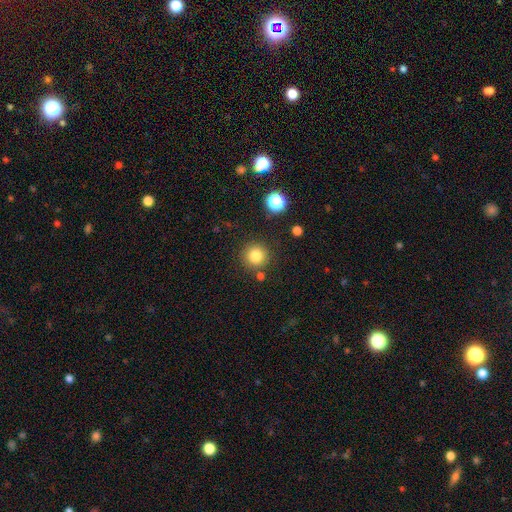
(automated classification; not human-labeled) A smooth galaxy with no disk features (82%) that is round (95%).

Vote fractions:
- Smooth or featured? smooth: 82% / star or artifact: 12% / featured or disk: 7%
- How rounded? round: 95% / in between: 4% / cigar-shaped: 1%
- Merging? none: 85% / minor disturbance: 8% / merger: 5% / major disturbance: 3%